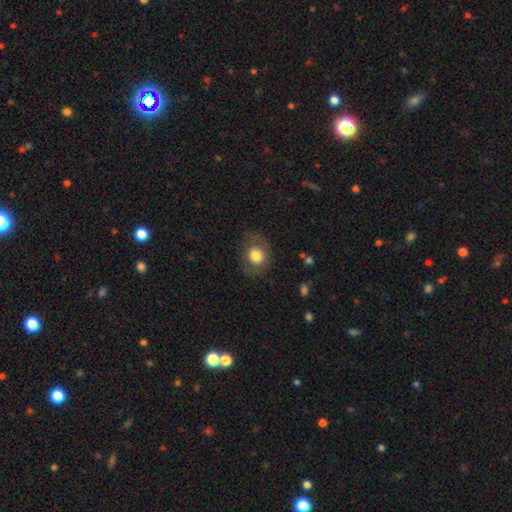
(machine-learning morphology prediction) A smooth galaxy with no disk features (72%) that is round (63%). Merging: none (68%).